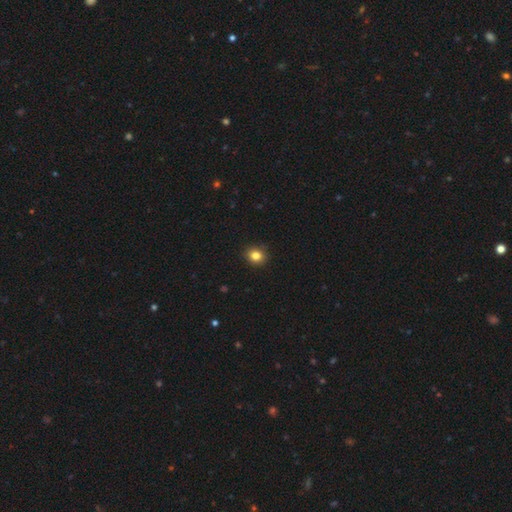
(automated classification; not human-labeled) A smooth galaxy with no disk features (83%) that is round (76%). Merging: none (90%).